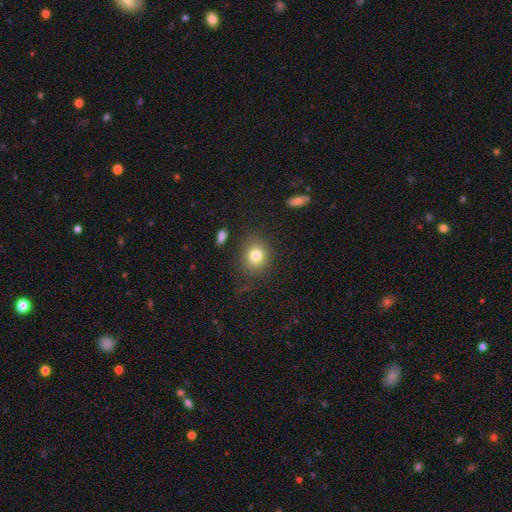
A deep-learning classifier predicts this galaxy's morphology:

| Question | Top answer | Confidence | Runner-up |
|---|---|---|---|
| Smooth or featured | smooth | 79% | star or artifact (11%) |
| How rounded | round | 69% | in between (30%) |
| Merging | none | 81% | minor disturbance (12%) |